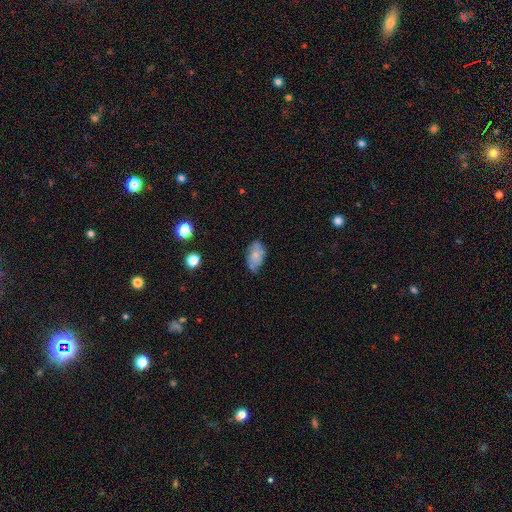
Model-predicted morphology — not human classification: smooth 68%, featured or disk 24%, star or artifact 8%. Down the decision tree: how rounded — in between (92%); merging — none (60%).